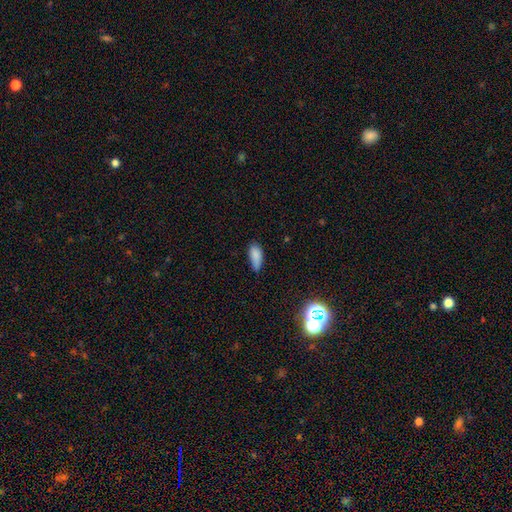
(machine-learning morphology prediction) type=smooth (84%); roundness=in between (84%); merging=none (50%).